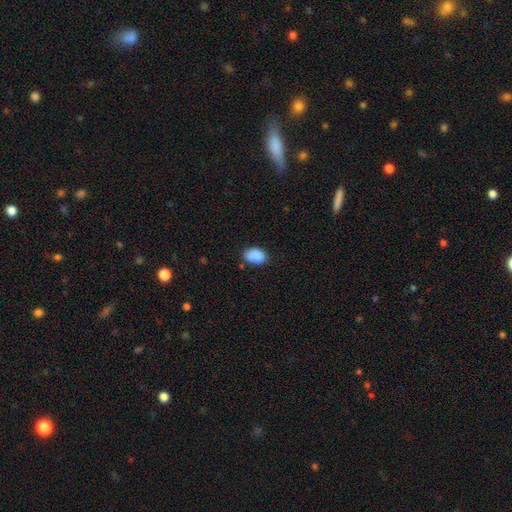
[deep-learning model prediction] Overall: smooth (83%). How rounded: in between (81%). Merging: none (59%; minor disturbance 24%).